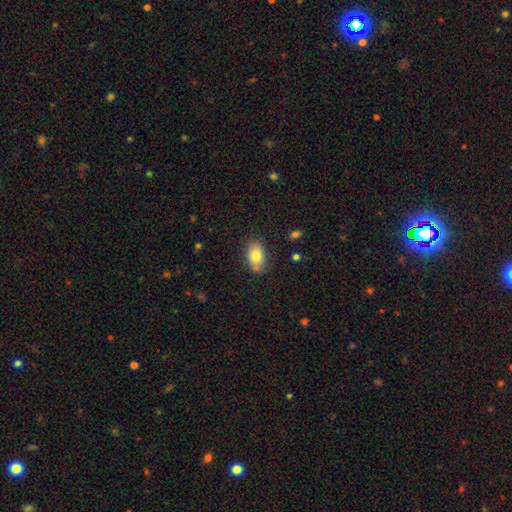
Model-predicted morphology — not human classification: smooth_or_featured: smooth (p=0.81) [alt: featured or disk p=0.11]
how_rounded: in between (p=0.88) [alt: round p=0.11]
merging: none (p=0.79) [alt: minor disturbance p=0.14]